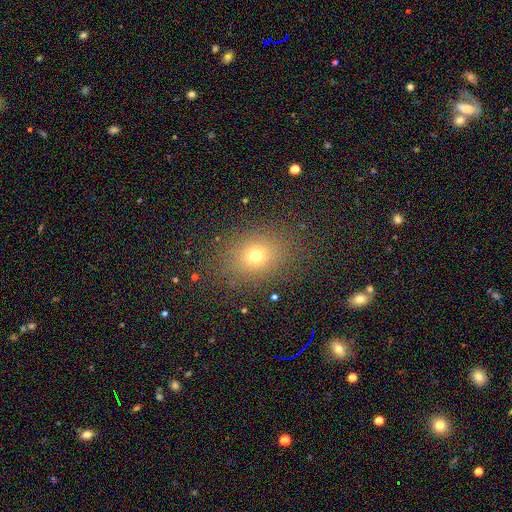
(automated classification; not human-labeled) The model was most divided on "how rounded": in between: 52%, round: 46%, cigar-shaped: 1%. More confident: merging — none (84%); smooth or featured — smooth (72%).